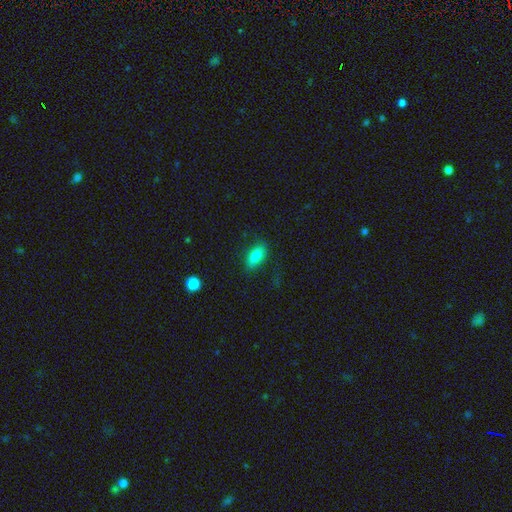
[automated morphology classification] type=smooth (84%); roundness=in between (88%); merging=none (83%).